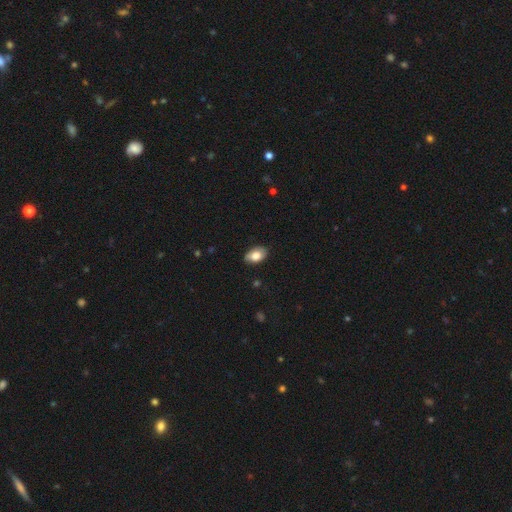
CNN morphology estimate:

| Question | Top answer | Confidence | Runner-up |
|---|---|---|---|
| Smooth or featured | smooth | 78% | featured or disk (15%) |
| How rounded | in between | 91% | round (8%) |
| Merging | none | 80% | minor disturbance (16%) |